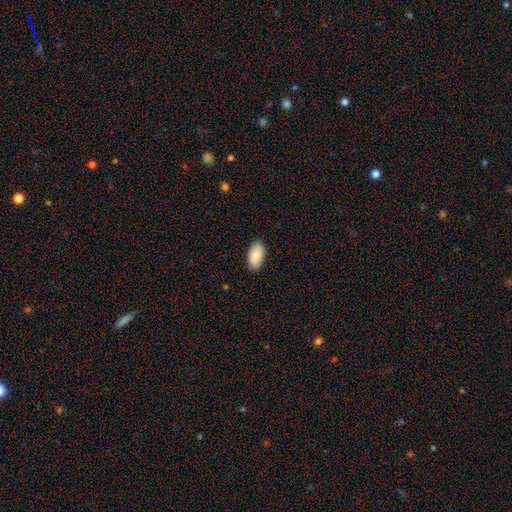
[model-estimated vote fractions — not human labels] Morphology: type=smooth (88%); roundness=in between (96%); merging=none (89%).